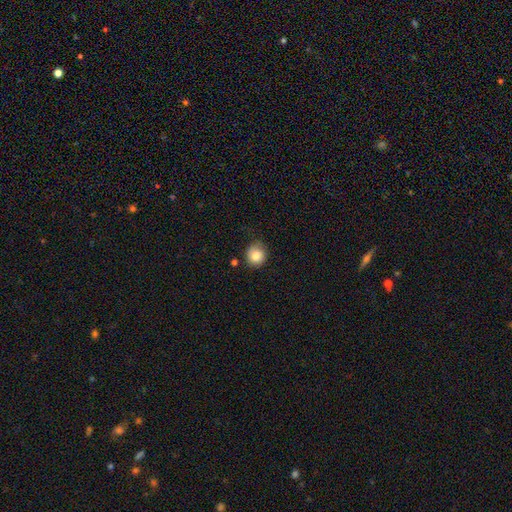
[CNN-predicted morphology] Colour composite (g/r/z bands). It shows a smooth galaxy with no disk features (84%) that is round (88%). Merging: none (72%).